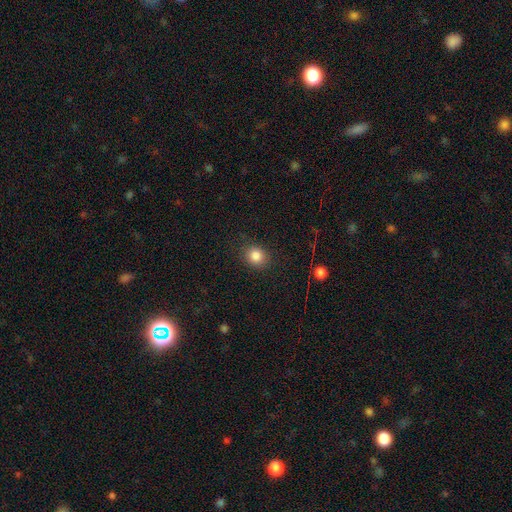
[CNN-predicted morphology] Smooth or featured? Predicted: smooth (p=0.84). How rounded? Predicted: round (p=0.69). Merging? Predicted: none (p=0.86).